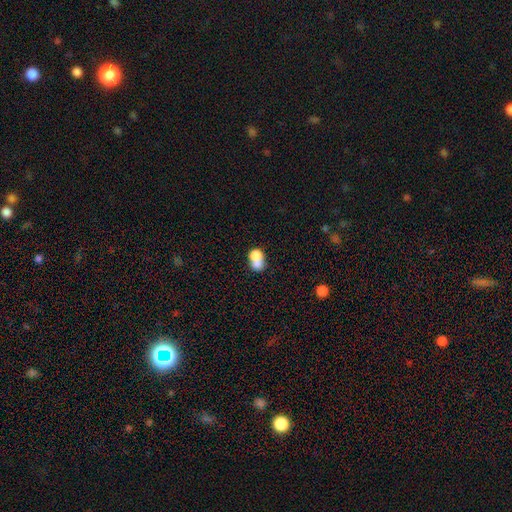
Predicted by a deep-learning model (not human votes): Morphology: type=smooth (71%); roundness=round (54%); merging=merger (60%).